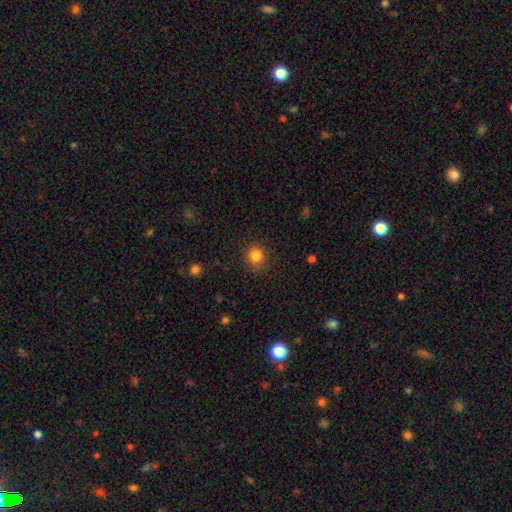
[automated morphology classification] A smooth galaxy with no disk features (83%) that is round (89%). Merging: none (87%).